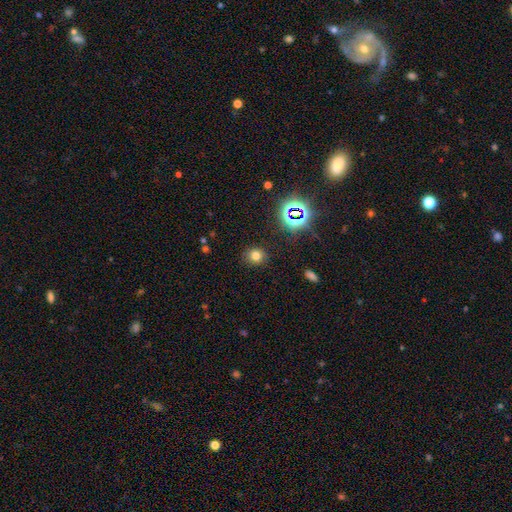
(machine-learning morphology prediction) This is likely a smooth galaxy (71%). How rounded: likely round (79%). Merging: clearly none (86%).